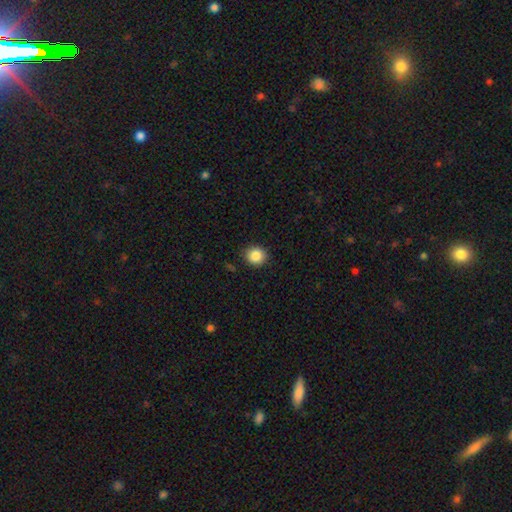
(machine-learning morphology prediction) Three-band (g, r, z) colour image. It shows a smooth galaxy with no disk features (86%) that is round (87%). Merging: none (88%).